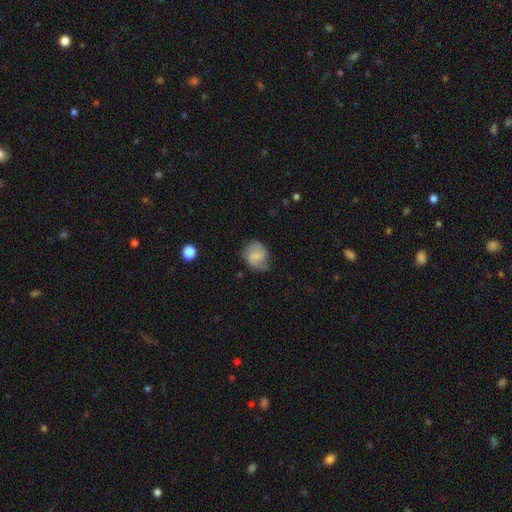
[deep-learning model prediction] This is possibly a smooth galaxy (54%). How rounded: likely round (65%). Merging: possibly none (55%).